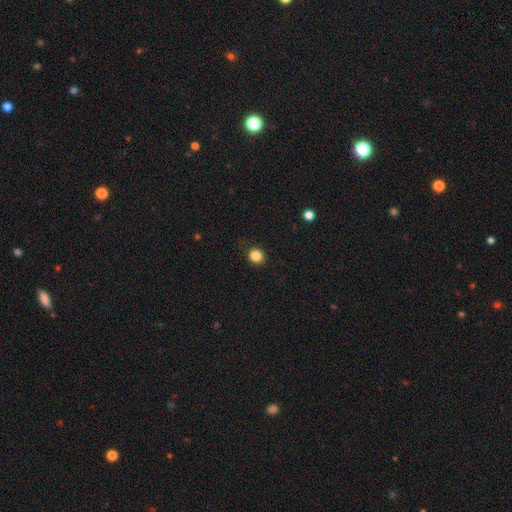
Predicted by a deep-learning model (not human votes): Overall: smooth (85%). How rounded: round (77%). Merging: none (87%).